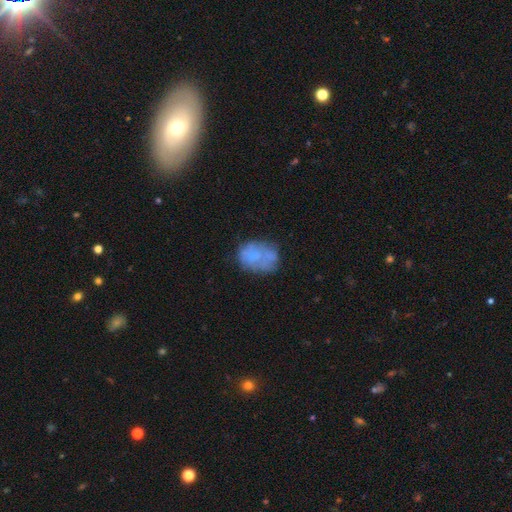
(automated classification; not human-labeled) smooth-or-featured: smooth: 56% | featured or disk: 34% | star or artifact: 10%
  how-rounded: in between: 69% | round: 30% | cigar-shaped: 1%
  merging: none: 56% | minor disturbance: 26% | major disturbance: 12% | merger: 6%